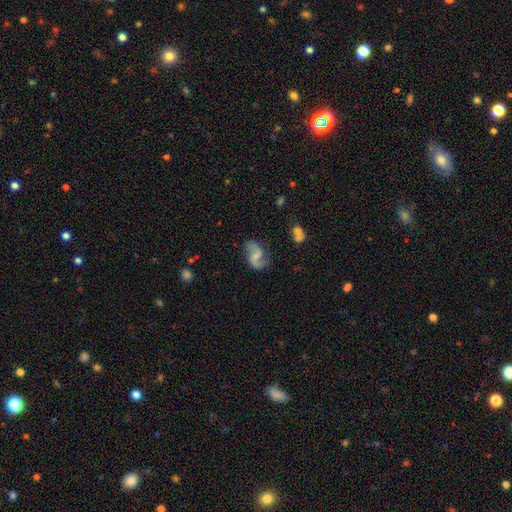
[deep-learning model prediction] Overall: featured or disk (82%). Edge-on disk: no (98%). Bar: weak (46%; no 43%). Spiral arms: yes (95%). Spiral arm count: 2 (92%). Spiral winding: loose (64%; medium 29%). Bulge size: small (42%; none 31%). Merging: none (72%).